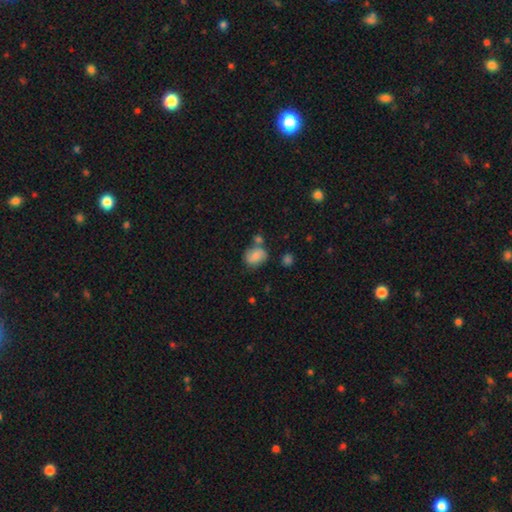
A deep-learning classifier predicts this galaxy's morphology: type=smooth (73%); roundness=in between (61%); merging=none (54%).